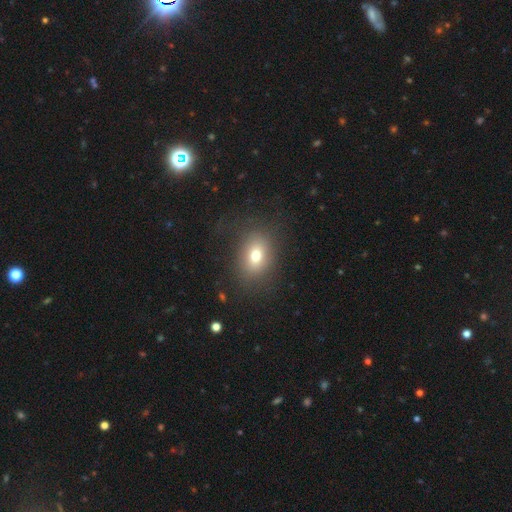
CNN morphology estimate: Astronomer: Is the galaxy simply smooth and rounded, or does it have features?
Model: smooth — 73%.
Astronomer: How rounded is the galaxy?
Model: in between — 65%.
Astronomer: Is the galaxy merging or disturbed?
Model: none — 75%.